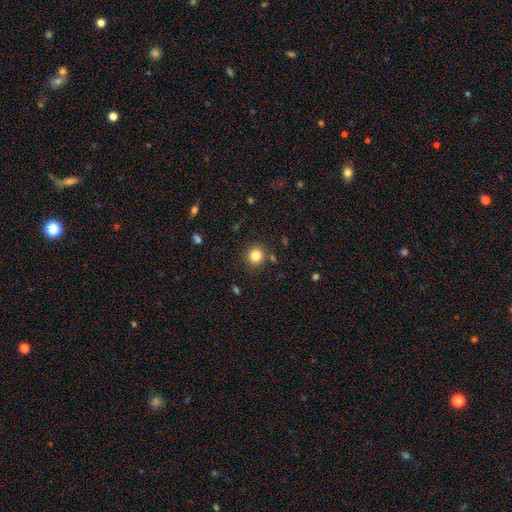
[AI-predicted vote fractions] Q: Smooth or featured?
A: smooth (83%); runner-up: star or artifact (12%)
Q: How rounded?
A: round (91%); runner-up: in between (8%)
Q: Merging?
A: none (87%); runner-up: minor disturbance (7%)